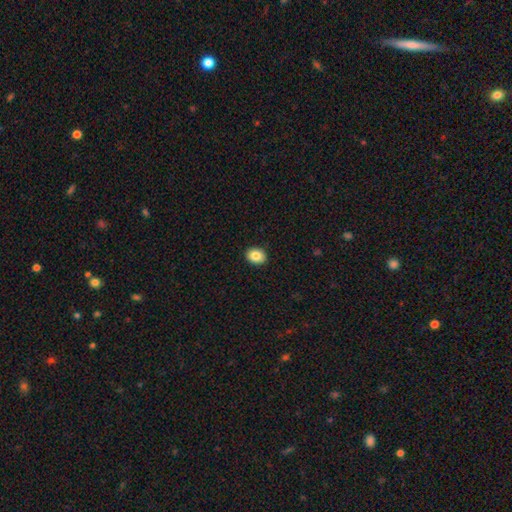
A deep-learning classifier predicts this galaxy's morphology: Smooth or featured: smooth — 86% (star or artifact — 8%)
How rounded: in between — 58% (round — 41%)
Merging: none — 91% (minor disturbance — 6%)